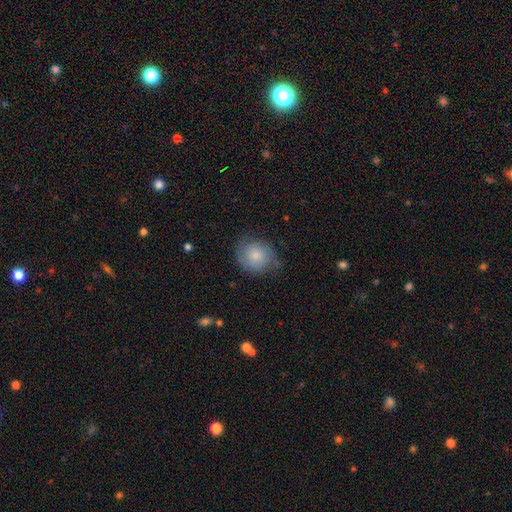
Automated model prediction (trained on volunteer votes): This is likely a smooth galaxy (65%). How rounded: likely round (75%). Merging: possibly none (59%).